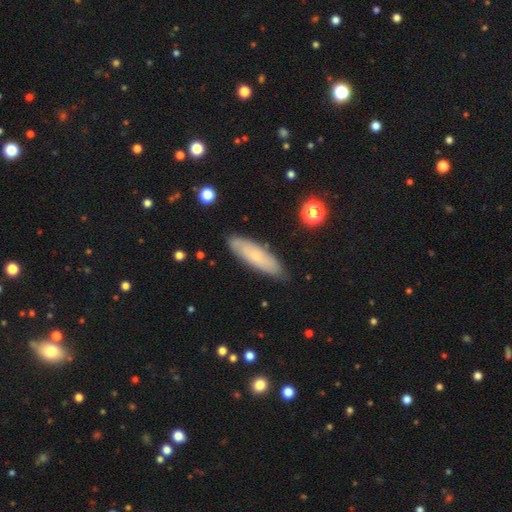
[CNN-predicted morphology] Q: Smooth or featured?
A: smooth (57%); runner-up: featured or disk (36%)
Q: How rounded?
A: cigar-shaped (58%); runner-up: in between (41%)
Q: Merging?
A: none (82%); runner-up: minor disturbance (14%)